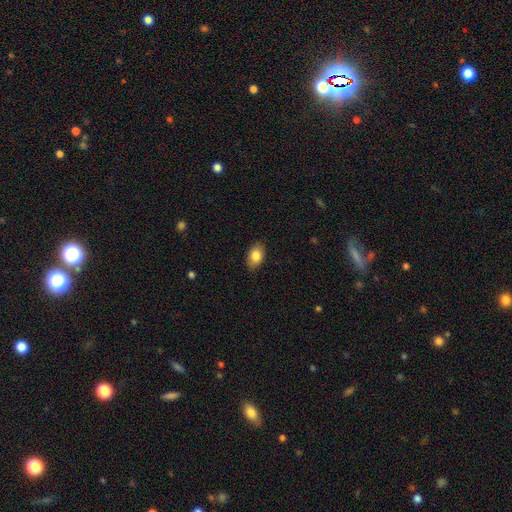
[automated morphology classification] Smooth or featured? smooth (83%)
How rounded? in between (87%)
Merging? none (86%)